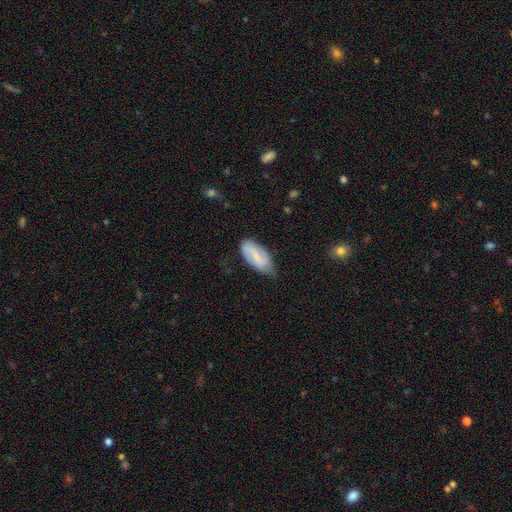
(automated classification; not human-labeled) Smooth or featured: featured or disk — 50% (smooth — 43%)
Edge-on disk: no — 93% (yes — 7%)
Merging: none — 65% (minor disturbance — 28%)